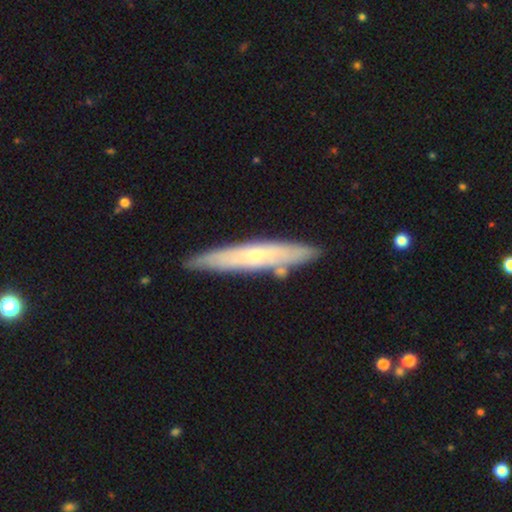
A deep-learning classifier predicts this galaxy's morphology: Smooth or featured? featured or disk (54%)
Edge-on disk? yes (75%)
Merging? none (84%)